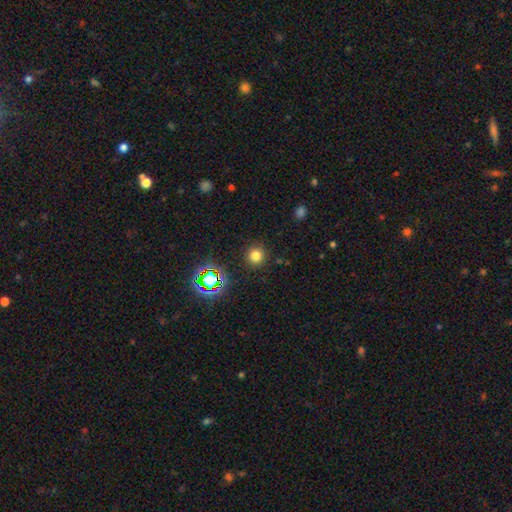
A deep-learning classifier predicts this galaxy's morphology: Smooth or featured: smooth — 74% (star or artifact — 20%)
How rounded: round — 93% (in between — 6%)
Merging: none — 90% (minor disturbance — 6%)